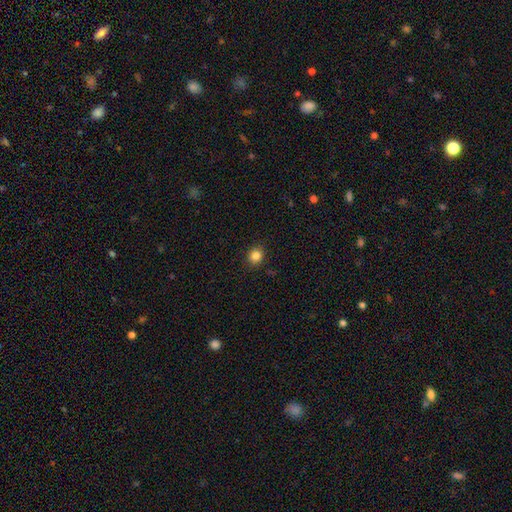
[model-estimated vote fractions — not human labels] Smooth or featured? smooth (84%)
How rounded? round (75%)
Merging? none (89%)